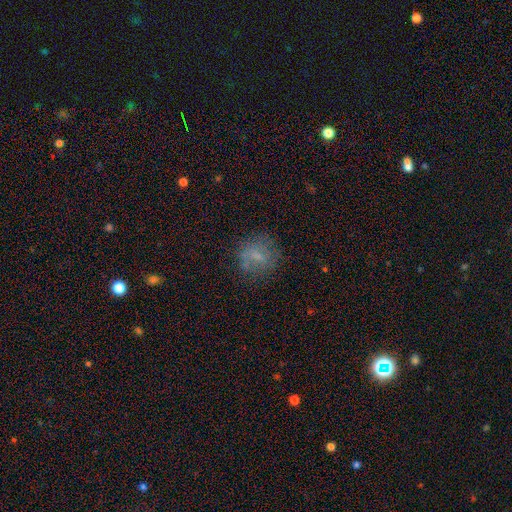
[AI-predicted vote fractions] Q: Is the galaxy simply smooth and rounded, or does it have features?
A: smooth — 60%.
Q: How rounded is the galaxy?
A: round — 78%.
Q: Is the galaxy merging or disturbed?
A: none — 69%.